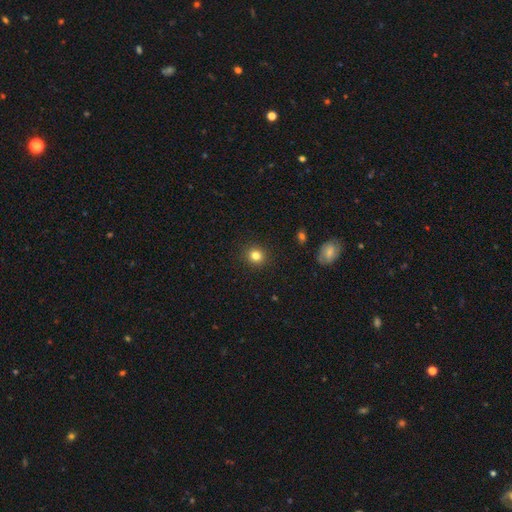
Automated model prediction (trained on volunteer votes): smooth 82%, star or artifact 12%, featured or disk 6%. Down the decision tree: how rounded — round (87%); merging — none (91%).